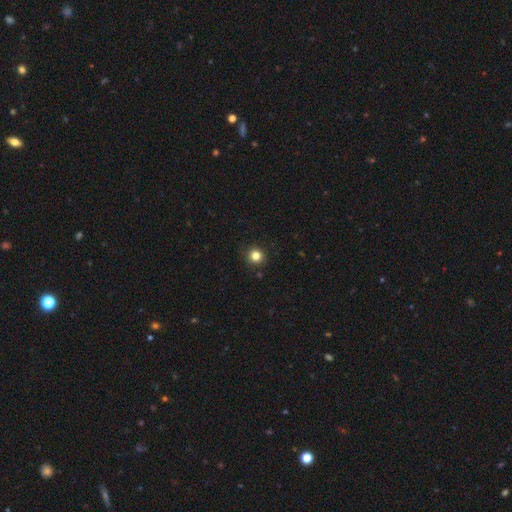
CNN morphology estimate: Smooth or featured: smooth — 82% (star or artifact — 13%)
How rounded: round — 94% (in between — 5%)
Merging: none — 92% (minor disturbance — 5%)